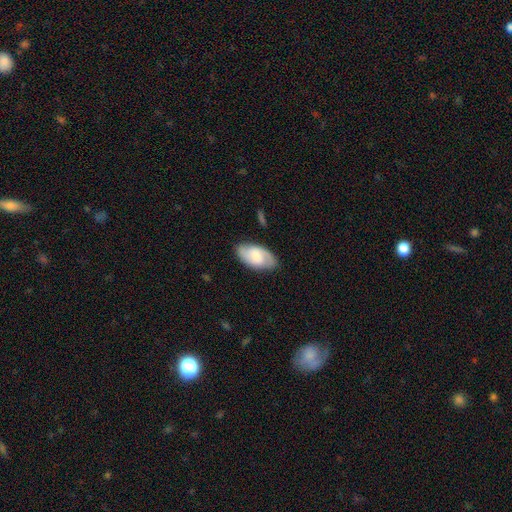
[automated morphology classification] Smooth or featured?
  - featured or disk: 51% *
  - smooth: 43%
  - star or artifact: 7%
Edge-on disk?
  - no: 94% *
  - yes: 6%
Merging?
  - none: 81% *
  - minor disturbance: 14%
  - major disturbance: 3%
  - merger: 1%